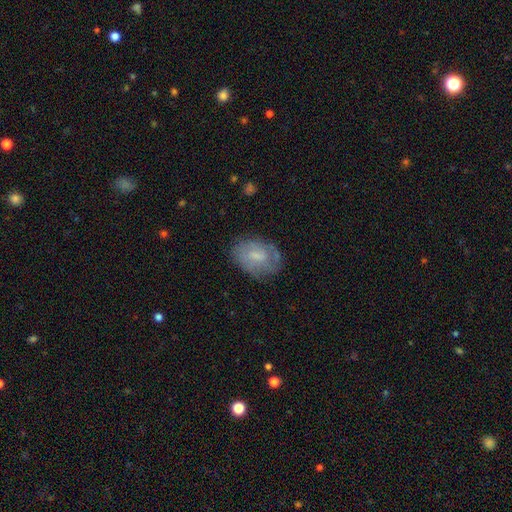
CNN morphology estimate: smooth-or-featured: smooth: 51% | featured or disk: 41% | star or artifact: 7%
  how-rounded: in between: 79% | round: 20% | cigar-shaped: 1%
  merging: none: 68% | minor disturbance: 22% | major disturbance: 8% | merger: 2%